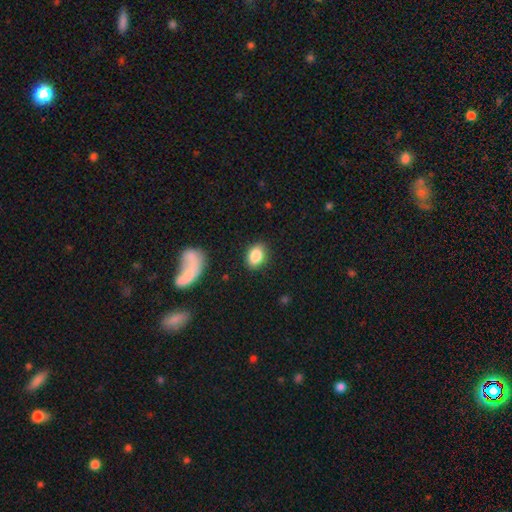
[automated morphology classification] smooth 85%, star or artifact 8%, featured or disk 6%. Down the decision tree: how rounded — in between (70%); merging — none (83%).